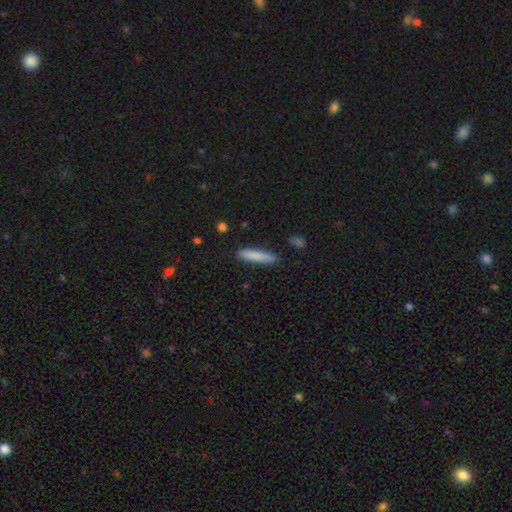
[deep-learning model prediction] A smooth galaxy with no disk features (82%) that is cigar-shaped (90%). Merging: none (86%).